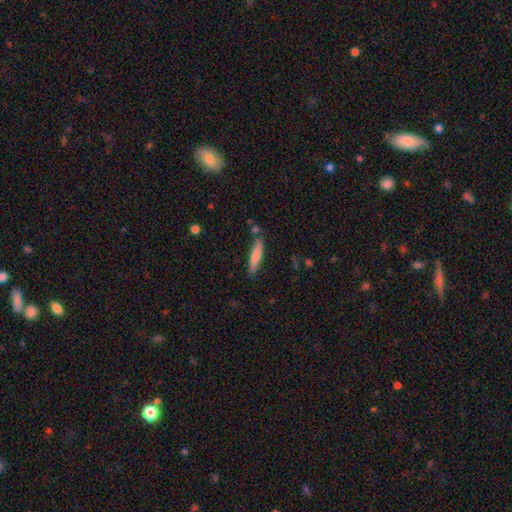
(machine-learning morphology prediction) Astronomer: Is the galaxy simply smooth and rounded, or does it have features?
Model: smooth — 76%.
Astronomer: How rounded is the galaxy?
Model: cigar-shaped — 83%.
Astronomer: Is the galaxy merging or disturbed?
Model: none — 80%.